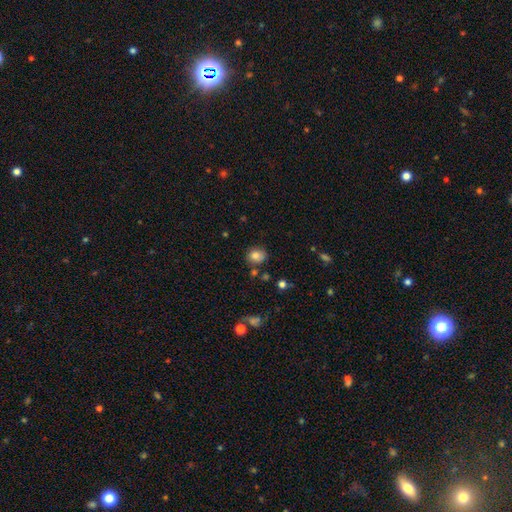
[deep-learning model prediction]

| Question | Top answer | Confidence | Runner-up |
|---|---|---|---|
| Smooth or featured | smooth | 79% | star or artifact (11%) |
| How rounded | round | 72% | in between (27%) |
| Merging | none | 77% | minor disturbance (15%) |